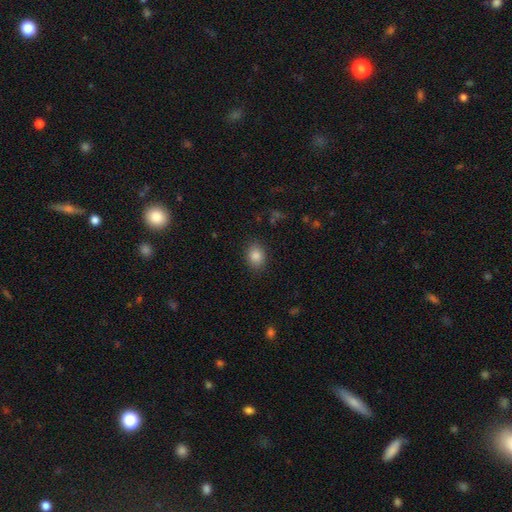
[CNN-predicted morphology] smooth-or-featured: smooth: 85% | star or artifact: 9% | featured or disk: 5%
  how-rounded: in between: 57% | round: 42% | cigar-shaped: 1%
  merging: none: 87% | minor disturbance: 10% | major disturbance: 3% | merger: 1%